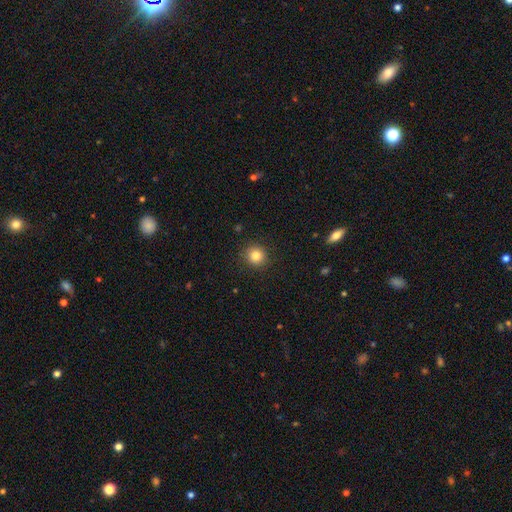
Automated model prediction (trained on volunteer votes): Overall: smooth (83%). How rounded: round (91%). Merging: none (91%).